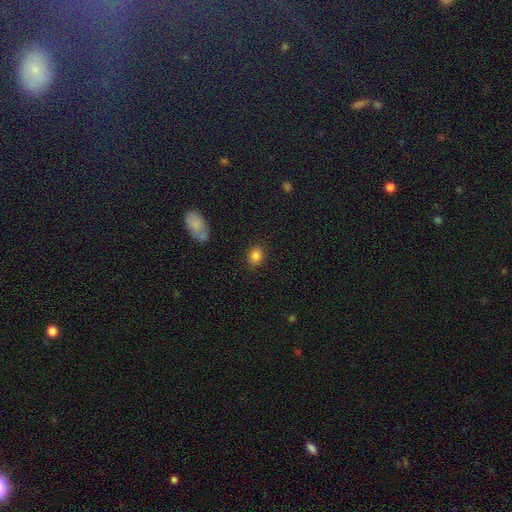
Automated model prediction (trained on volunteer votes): This is clearly a smooth galaxy (84%). How rounded: possibly round (50%). Merging: clearly none (85%).